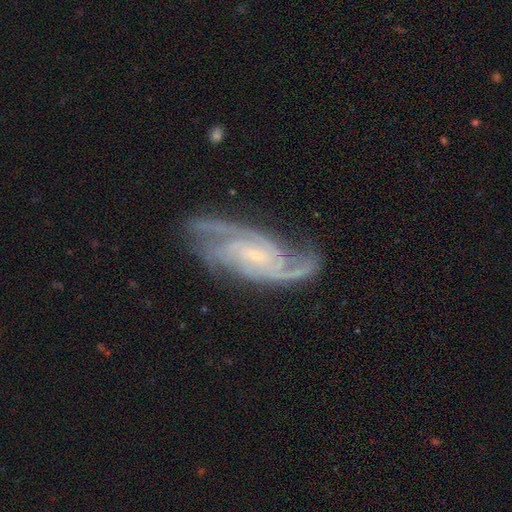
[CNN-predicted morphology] smooth-or-featured: featured or disk: 91% | star or artifact: 5% | smooth: 4%
  disk-edge-on: no: 95% | yes: 5%
    bar: no: 45% | weak: 41% | strong: 14%
    has-spiral-arms: yes: 98% | no: 2%
      spiral-winding: medium: 49% | tight: 41% | loose: 10%
      spiral-arm-count: 3: 37% | 2: 31% | 4: 13% | can't tell: 10% | more than 4: 5% | 1: 5%
    bulge-size: small: 76% | moderate: 19% | none: 4% | large: 1% | dominant: 1%
  merging: none: 74% | minor disturbance: 18% | major disturbance: 6% | merger: 2%